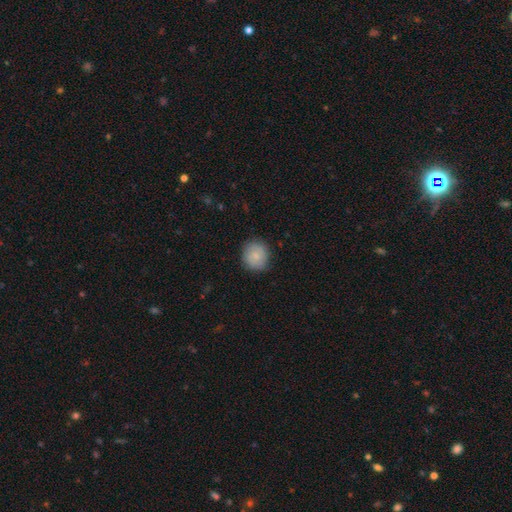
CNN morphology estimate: Overall: smooth (74%). How rounded: round (87%). Merging: none (83%).